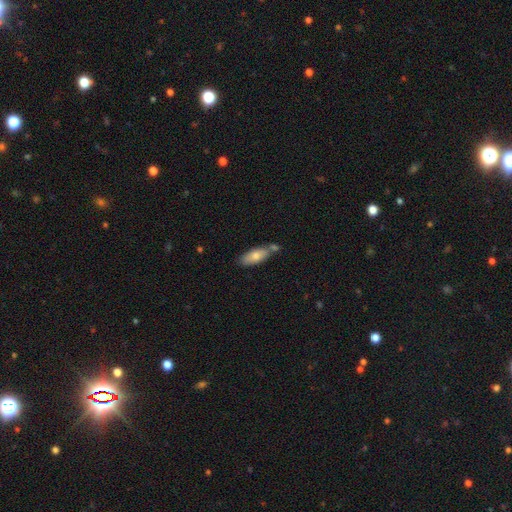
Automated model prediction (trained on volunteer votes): Smooth or featured? smooth (72%)
How rounded? in between (71%)
Merging? none (56%)